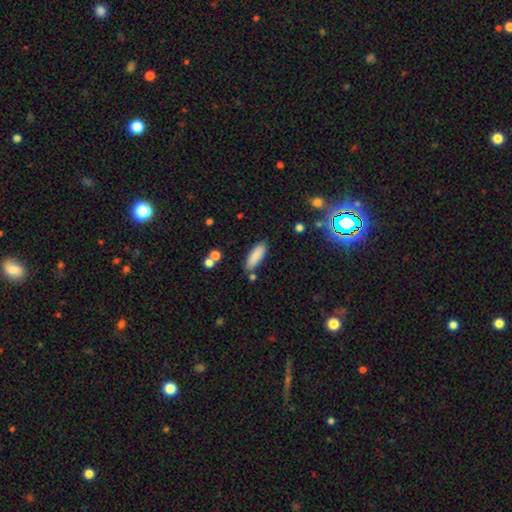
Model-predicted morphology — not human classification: smooth-or-featured: smooth: 87% | star or artifact: 7% | featured or disk: 6%
  how-rounded: in between: 60% | cigar-shaped: 39% | round: 2%
  merging: none: 81% | minor disturbance: 12% | merger: 5% | major disturbance: 3%